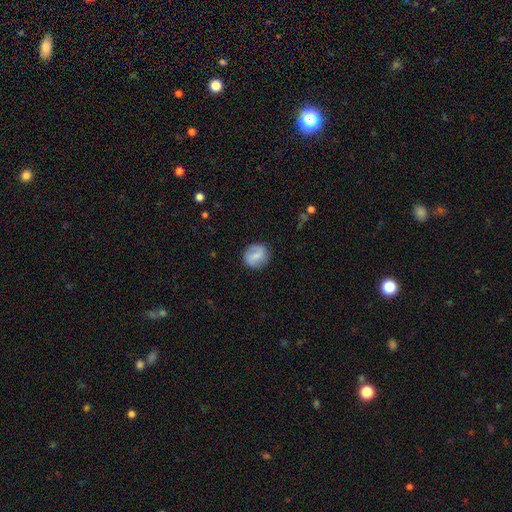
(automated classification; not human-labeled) A smooth galaxy with no disk features (56%) that is round (75%). Merging: none (85%).